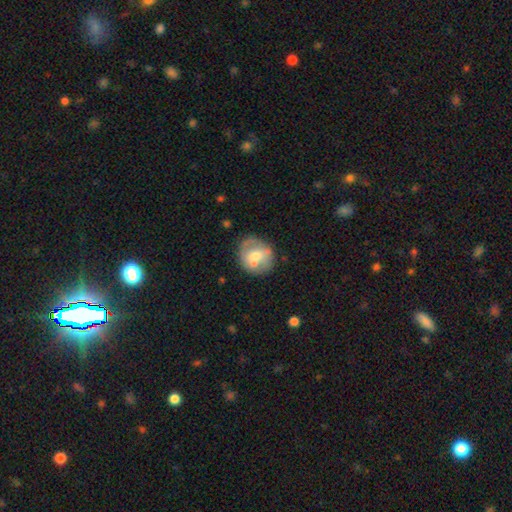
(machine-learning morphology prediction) This appears to be a smooth galaxy with no disk features (50%). Merging: none (60%).